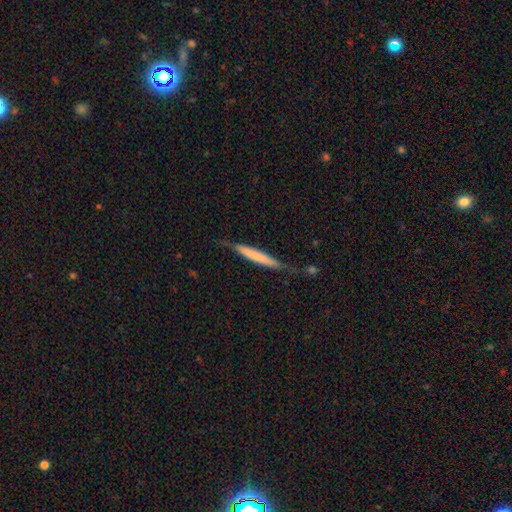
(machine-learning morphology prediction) smooth_or_featured: smooth (p=0.57) [alt: featured or disk p=0.37]
how_rounded: cigar-shaped (p=0.95) [alt: in between p=0.04]
merging: none (p=0.62) [alt: minor disturbance p=0.27]